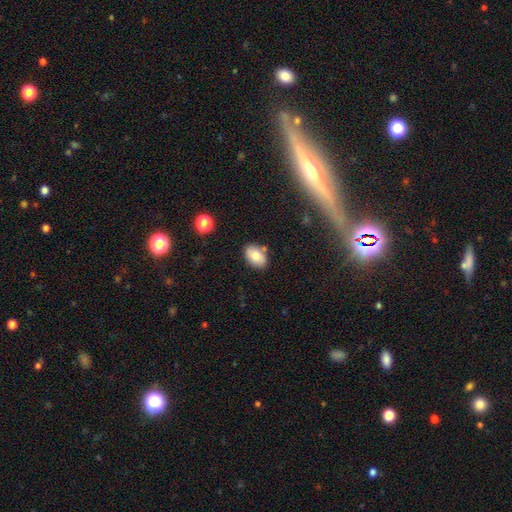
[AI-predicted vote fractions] This appears to be a smooth galaxy with no disk features (80%) that is in between round and cigar-shaped (88%). Merging: none (77%).